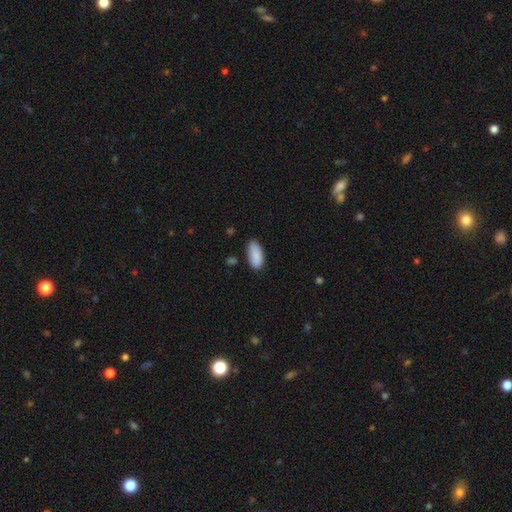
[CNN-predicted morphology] The model was most divided on "merging": none: 78%, minor disturbance: 16%, major disturbance: 3%, merger: 3%. More confident: how rounded — in between (91%); smooth or featured — smooth (88%).